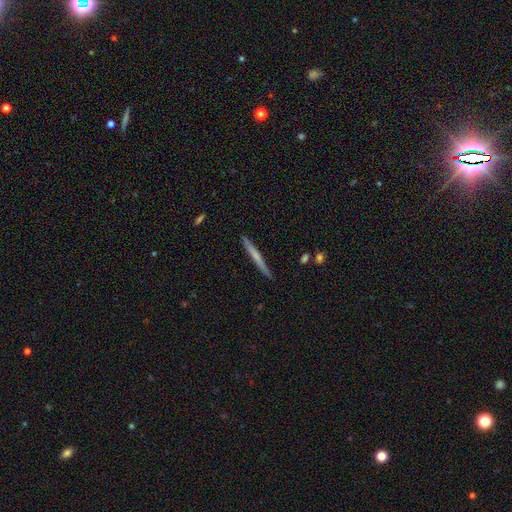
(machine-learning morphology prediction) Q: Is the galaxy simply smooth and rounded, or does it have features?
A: smooth — 53%.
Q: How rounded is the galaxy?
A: cigar-shaped — 96%.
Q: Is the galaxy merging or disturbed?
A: none — 89%.